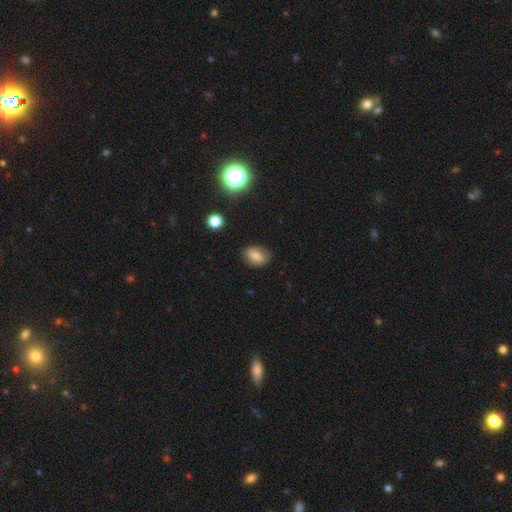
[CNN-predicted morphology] Smooth or featured? Predicted: smooth (p=0.73). How rounded? Predicted: in between (p=0.75). Merging? Predicted: none (p=0.79).